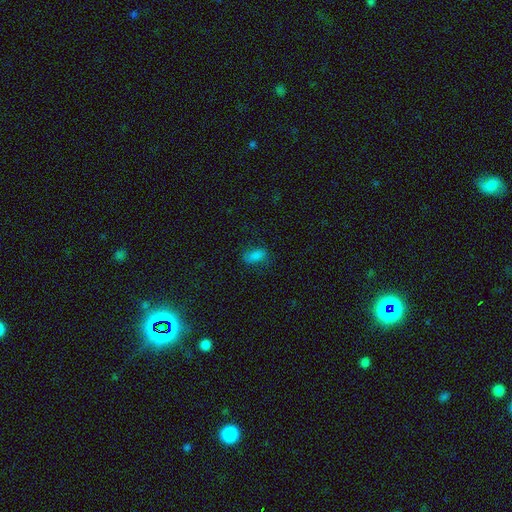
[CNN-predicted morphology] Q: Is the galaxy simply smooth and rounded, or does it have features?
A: smooth — 80%.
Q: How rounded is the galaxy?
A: in between — 89%.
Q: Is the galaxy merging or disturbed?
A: none — 72%.